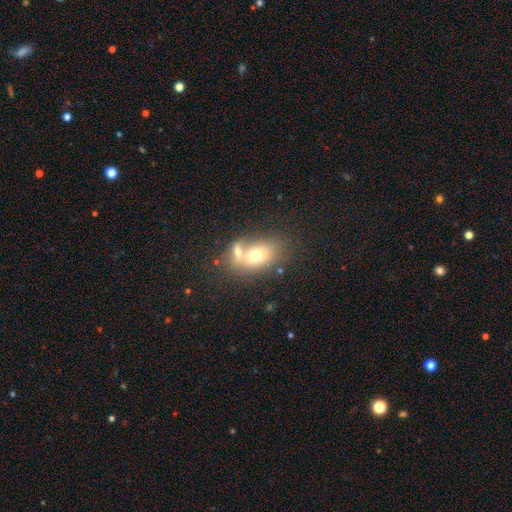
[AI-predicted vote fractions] Smooth or featured? smooth (66%)
How rounded? in between (76%)
Merging? merger (48%)